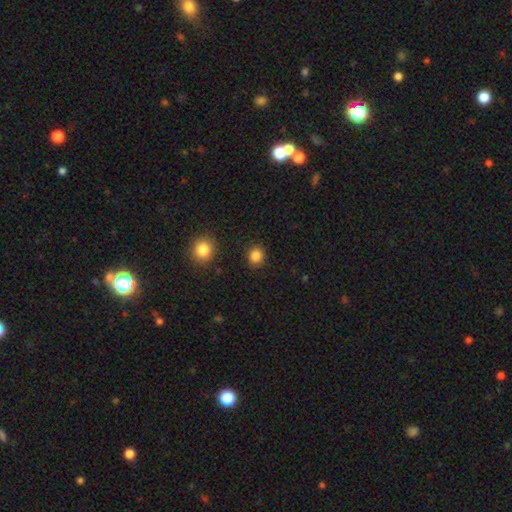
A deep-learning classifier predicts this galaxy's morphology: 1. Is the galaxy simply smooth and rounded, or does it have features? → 86% smooth, 11% star or artifact, 4% featured or disk.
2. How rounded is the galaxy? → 80% round, 19% in between, 1% cigar-shaped.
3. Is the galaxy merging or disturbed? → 90% none, 6% minor disturbance, 2% major disturbance, 2% merger.